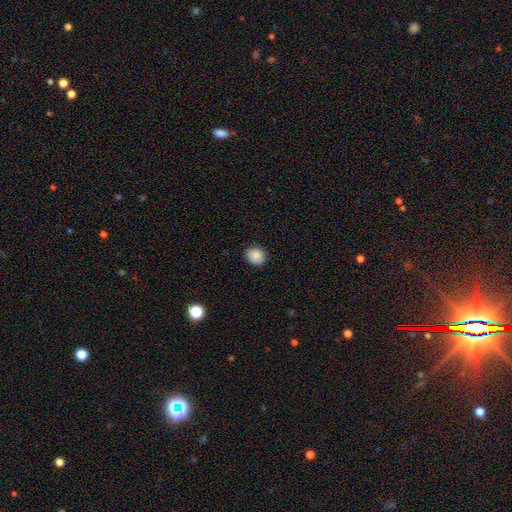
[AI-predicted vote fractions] The model was most divided on "how rounded": round: 74%, in between: 25%, cigar-shaped: 1%. More confident: smooth or featured — smooth (88%); merging — none (87%).